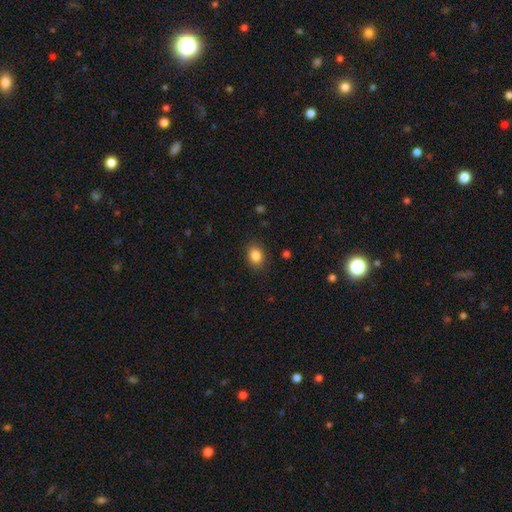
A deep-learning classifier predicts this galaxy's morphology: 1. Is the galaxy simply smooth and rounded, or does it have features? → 84% smooth, 10% star or artifact, 6% featured or disk.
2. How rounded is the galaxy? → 62% in between, 37% round, 1% cigar-shaped.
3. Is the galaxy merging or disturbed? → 88% none, 9% minor disturbance, 2% major disturbance, 1% merger.